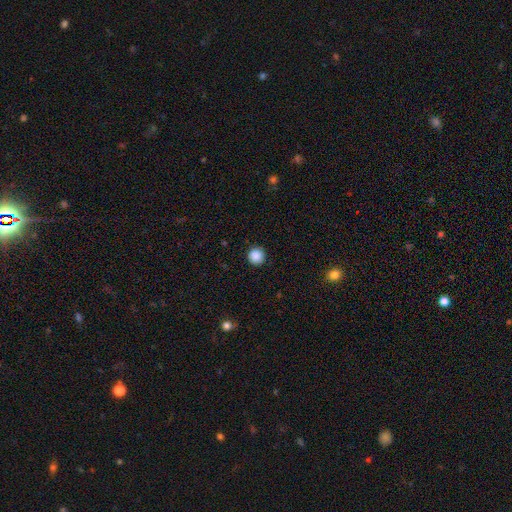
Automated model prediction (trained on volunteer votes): Morphology: type=smooth (88%); roundness=round (96%); merging=none (92%).